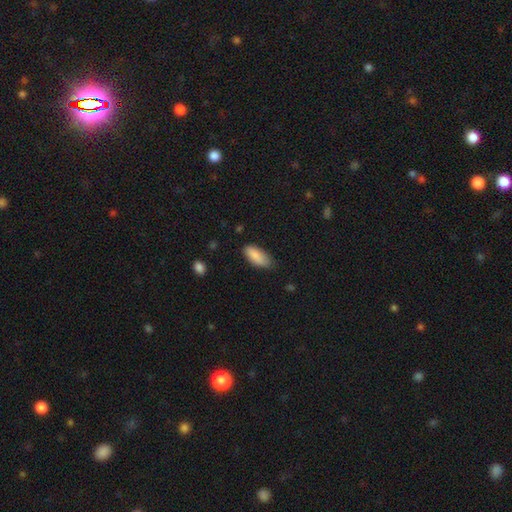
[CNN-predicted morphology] smooth 88%, star or artifact 6%, featured or disk 5%. Down the decision tree: how rounded — in between (83%); merging — none (72%).